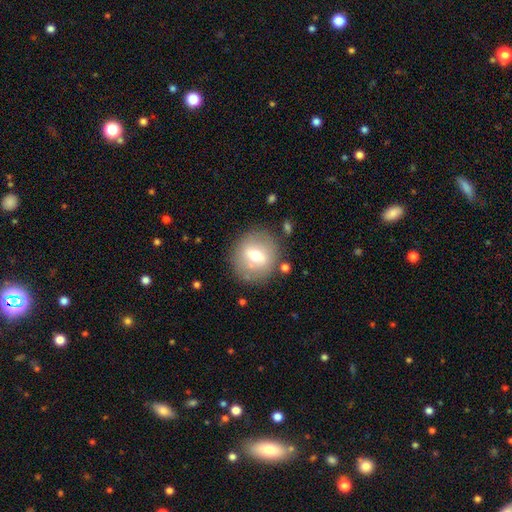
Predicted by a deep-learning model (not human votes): This is possibly a smooth galaxy (55%). How rounded: clearly round (86%). Merging: clearly none (80%).